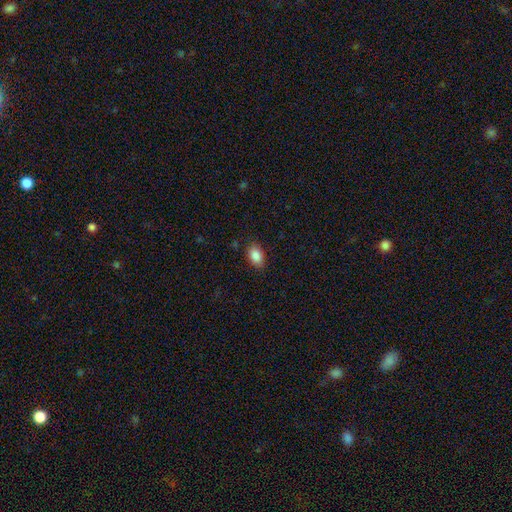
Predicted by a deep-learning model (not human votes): Smooth or featured? smooth (87%)
How rounded? in between (85%)
Merging? none (85%)